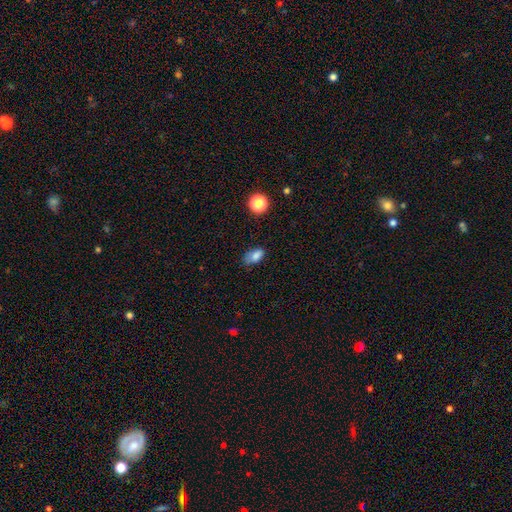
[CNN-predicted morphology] The model was most divided on "merging": none: 54%, minor disturbance: 32%, major disturbance: 10%, merger: 3%. More confident: how rounded — in between (87%); smooth or featured — smooth (81%).